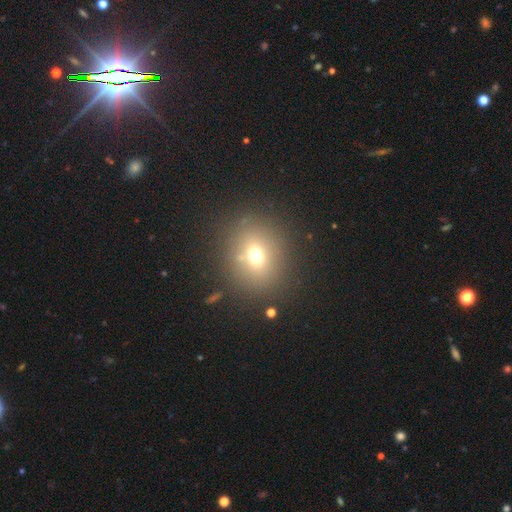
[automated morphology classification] smooth_or_featured: smooth (p=0.65) [alt: star or artifact p=0.21]
how_rounded: round (p=0.73) [alt: in between p=0.26]
merging: none (p=0.81) [alt: minor disturbance p=0.09]